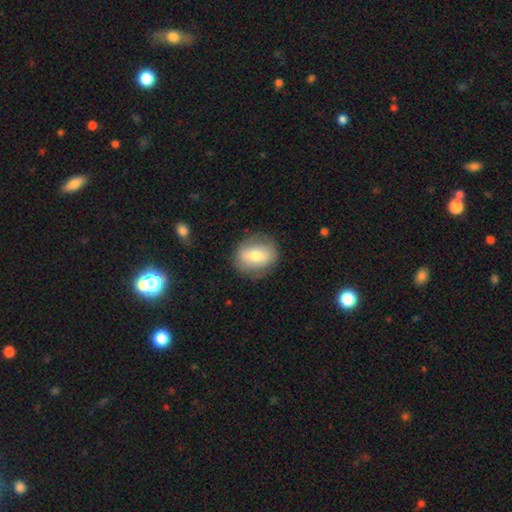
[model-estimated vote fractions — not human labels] A smooth galaxy with no disk features (64%) that is round (53%).

Vote fractions:
- Smooth or featured? smooth: 64% / featured or disk: 29% / star or artifact: 8%
- How rounded? round: 53% / in between: 45% / cigar-shaped: 1%
- Merging? none: 81% / minor disturbance: 14% / major disturbance: 4% / merger: 1%